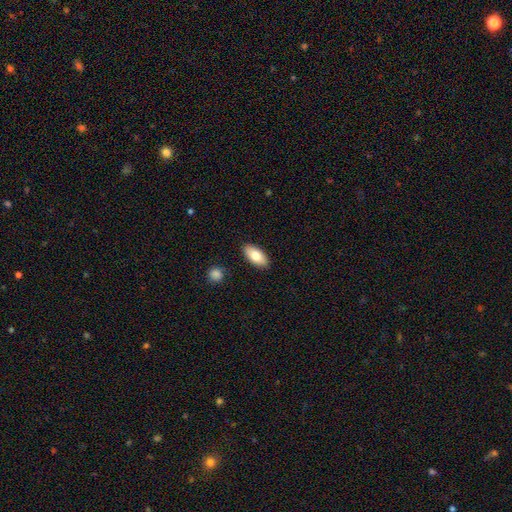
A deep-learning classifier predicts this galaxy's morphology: A smooth galaxy with no disk features (79%) that is in between round and cigar-shaped (90%).

Vote fractions:
- Smooth or featured? smooth: 79% / featured or disk: 15% / star or artifact: 6%
- How rounded? in between: 90% / cigar-shaped: 7% / round: 2%
- Merging? none: 89% / minor disturbance: 8% / major disturbance: 2% / merger: 1%